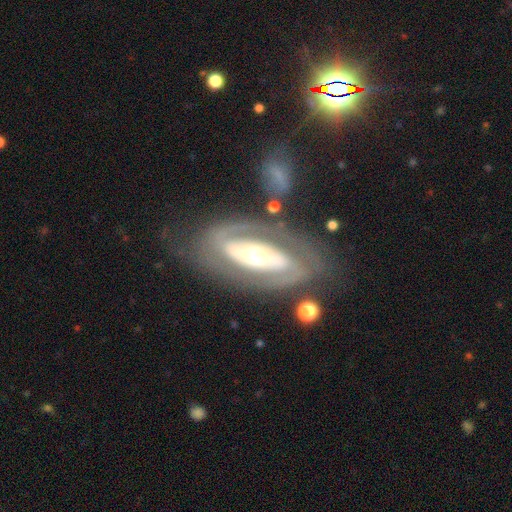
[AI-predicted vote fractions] A featured or disk galaxy (81%) with no bar (52%), 2 (72%) tight (52%) spiral arms (69%) and a moderate central bulge (64%).

Vote fractions:
- Smooth or featured? featured or disk: 81% / smooth: 14% / star or artifact: 5%
- Edge-on disk? no: 91% / yes: 9%
- Bar? no: 52% / strong: 28% / weak: 19%
- Spiral arms? yes: 69% / no: 31%
- Spiral winding? tight: 52% / medium: 34% / loose: 15%
- Spiral arm count? 2: 72% / can't tell: 17% / 1: 6% / 3: 3% / 4: 1% / more than 4: 1%
- Bulge size? moderate: 64% / small: 18% / large: 15% / dominant: 2% / none: 1%
- Merging? none: 70% / minor disturbance: 15% / major disturbance: 10% / merger: 4%